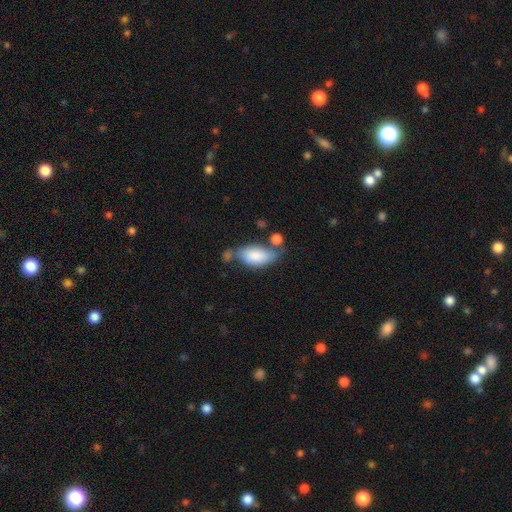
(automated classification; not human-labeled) smooth-or-featured: smooth: 80% | featured or disk: 13% | star or artifact: 6%
  how-rounded: in between: 90% | cigar-shaped: 7% | round: 3%
  merging: none: 44% | minor disturbance: 25% | merger: 20% | major disturbance: 11%